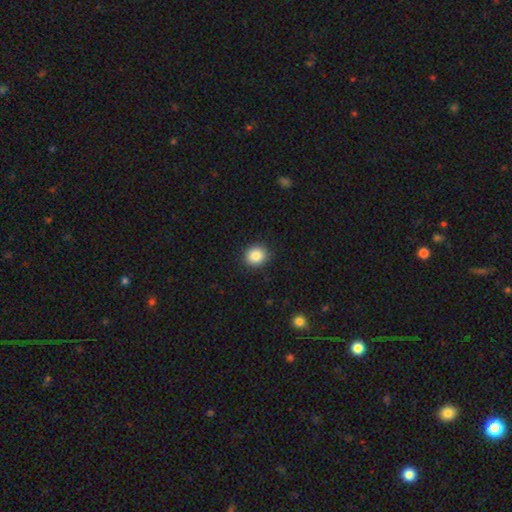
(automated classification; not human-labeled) Overall: smooth (87%). How rounded: round (84%). Merging: none (90%).